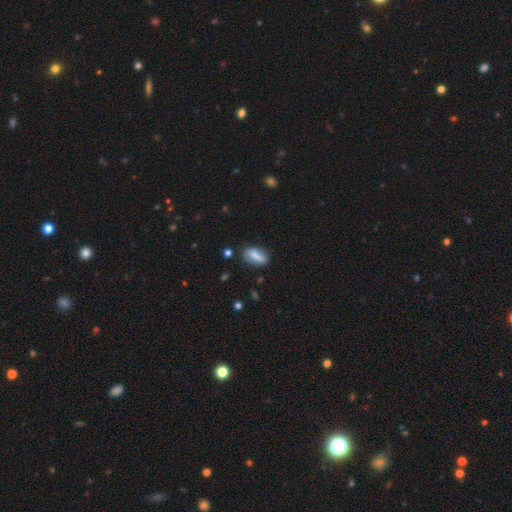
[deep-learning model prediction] Smooth or featured? Predicted: smooth (p=0.71). How rounded? Predicted: in between (p=0.84). Merging? Predicted: none (p=0.76).